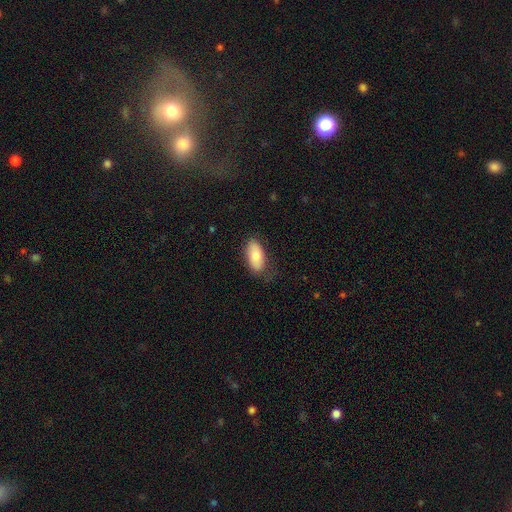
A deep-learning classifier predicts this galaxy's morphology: A smooth galaxy with no disk features (77%) that is in between round and cigar-shaped (92%). Merging: none (75%).